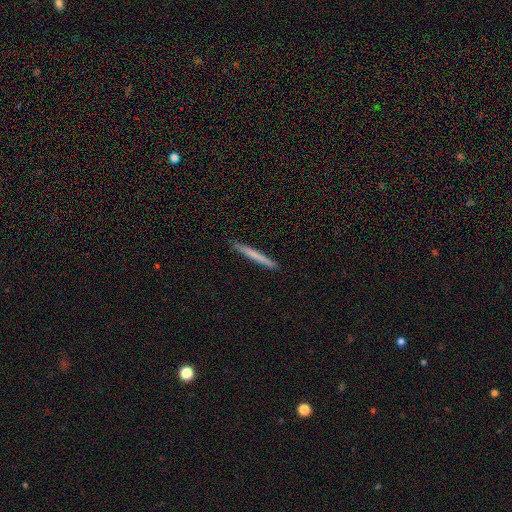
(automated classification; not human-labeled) Morphology: type=smooth (68%); roundness=cigar-shaped (97%); merging=none (91%).